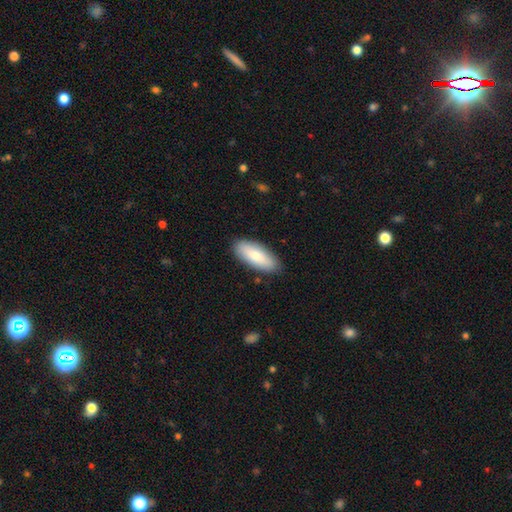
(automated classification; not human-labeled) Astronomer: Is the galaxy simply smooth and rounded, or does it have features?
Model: smooth — 77%.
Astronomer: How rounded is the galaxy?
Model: in between — 78%.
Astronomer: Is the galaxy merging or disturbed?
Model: none — 87%.